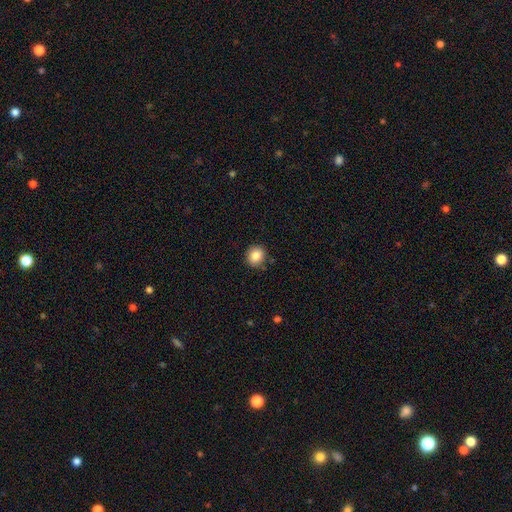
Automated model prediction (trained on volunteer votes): This appears to be a smooth galaxy with no disk features (85%) that is round (87%). Merging: none (87%).